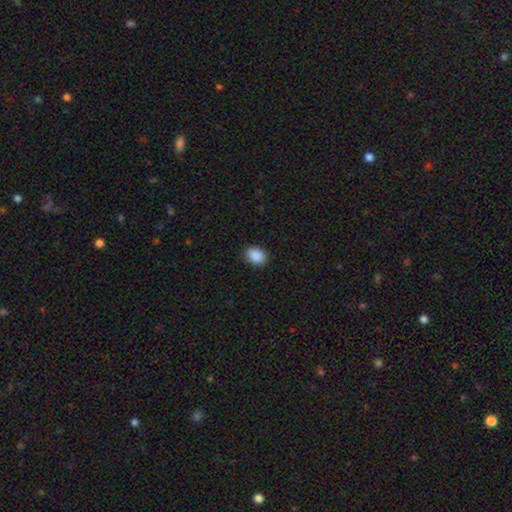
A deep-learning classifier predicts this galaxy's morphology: smooth-or-featured: smooth: 90% | star or artifact: 8% | featured or disk: 2%
  how-rounded: in between: 64% | round: 35% | cigar-shaped: 1%
  merging: none: 90% | minor disturbance: 7% | major disturbance: 2% | merger: 1%